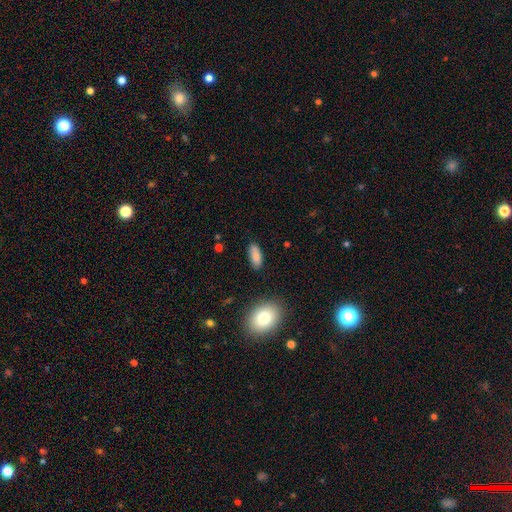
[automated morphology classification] This appears to be a smooth galaxy with no disk features (83%) that is in between round and cigar-shaped (80%). Merging: none (84%).